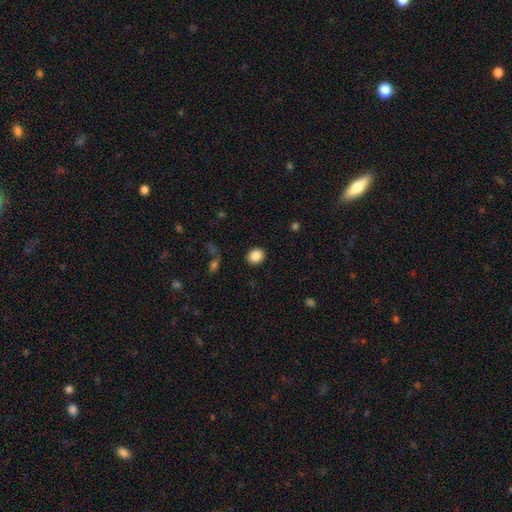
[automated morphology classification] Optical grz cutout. It shows a smooth galaxy with no disk features (87%) that is round (66%). Merging: none (90%).